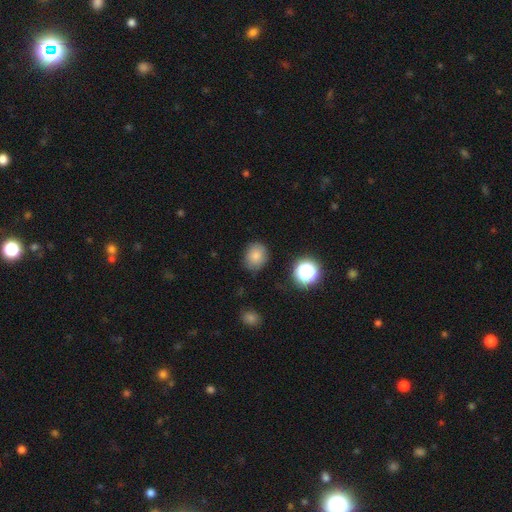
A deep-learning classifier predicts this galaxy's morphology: Q: Smooth or featured?
A: smooth (81%); runner-up: star or artifact (12%)
Q: How rounded?
A: round (57%); runner-up: in between (42%)
Q: Merging?
A: none (80%); runner-up: minor disturbance (15%)